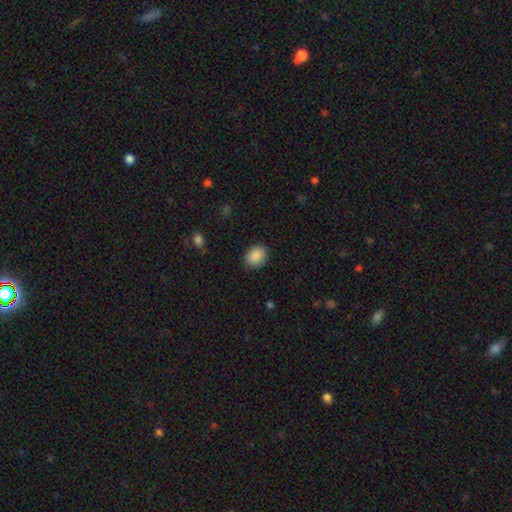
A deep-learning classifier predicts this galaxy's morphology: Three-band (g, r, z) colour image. It shows a smooth galaxy with no disk features (89%) that is in between round and cigar-shaped (51%). Merging: none (86%).